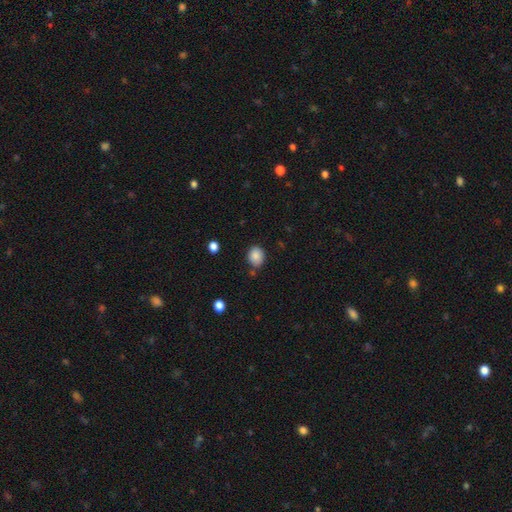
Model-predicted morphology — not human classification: smooth 86%, star or artifact 9%, featured or disk 5%. Down the decision tree: how rounded — round (59%); merging — none (78%).